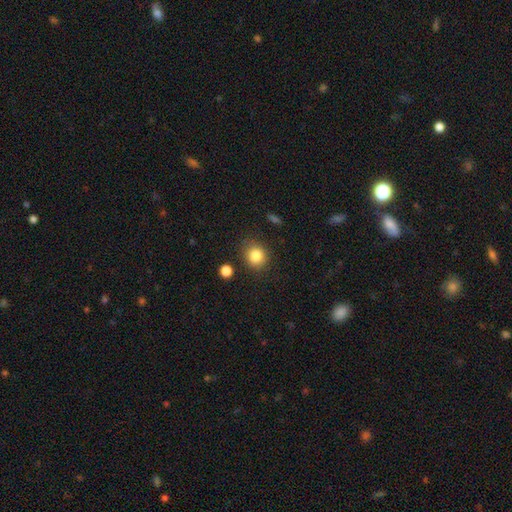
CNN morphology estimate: The model was most divided on "how rounded": round: 79%, in between: 20%, cigar-shaped: 1%. More confident: smooth or featured — smooth (84%); merging — none (83%).